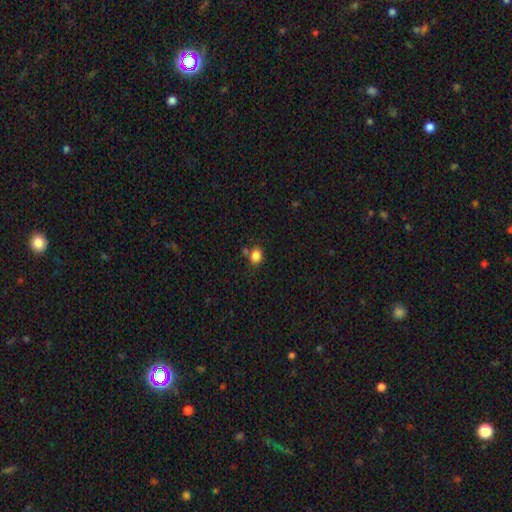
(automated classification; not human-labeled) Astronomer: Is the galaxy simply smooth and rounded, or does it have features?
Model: smooth — 84%.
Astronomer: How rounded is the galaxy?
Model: round — 59% (runner-up: in between, 40%).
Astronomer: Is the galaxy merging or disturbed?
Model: none — 69%.